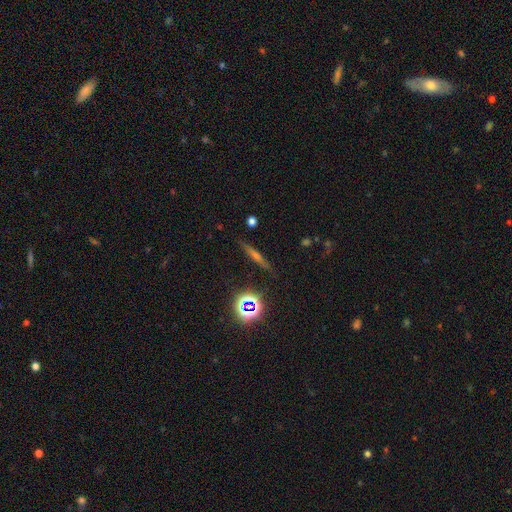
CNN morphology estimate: featured or disk 49%, smooth 30%, star or artifact 20%. Down the decision tree: merging — none (89%).